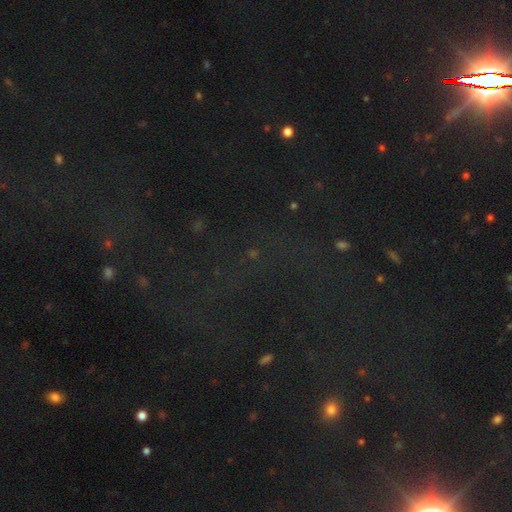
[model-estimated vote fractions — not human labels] A star or artifact, not a galaxy (69%).